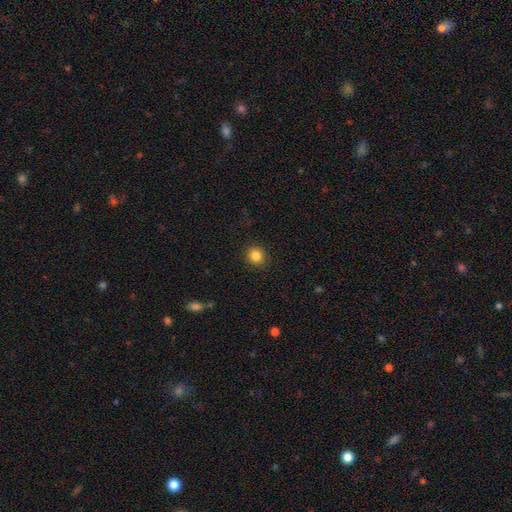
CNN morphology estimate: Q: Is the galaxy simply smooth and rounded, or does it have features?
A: smooth — 84%.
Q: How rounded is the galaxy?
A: round — 89%.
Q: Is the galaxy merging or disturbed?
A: none — 91%.